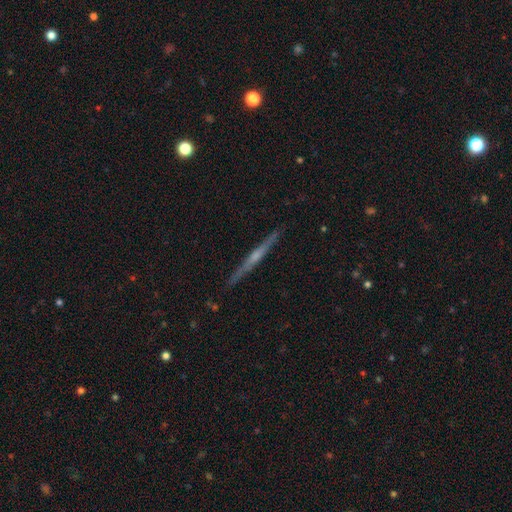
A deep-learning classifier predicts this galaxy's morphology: Q: Smooth or featured?
A: featured or disk (73%); runner-up: smooth (21%)
Q: Edge-on disk?
A: yes (98%); runner-up: no (2%)
Q: Edge-on bulge?
A: rounded (54%); runner-up: none (34%)
Q: Merging?
A: none (90%); runner-up: minor disturbance (7%)